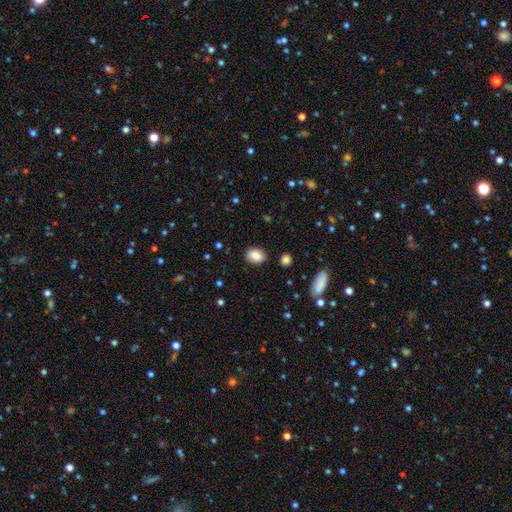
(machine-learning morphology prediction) Q: Smooth or featured?
A: smooth (85%); runner-up: star or artifact (8%)
Q: How rounded?
A: in between (74%); runner-up: round (25%)
Q: Merging?
A: none (87%); runner-up: minor disturbance (9%)